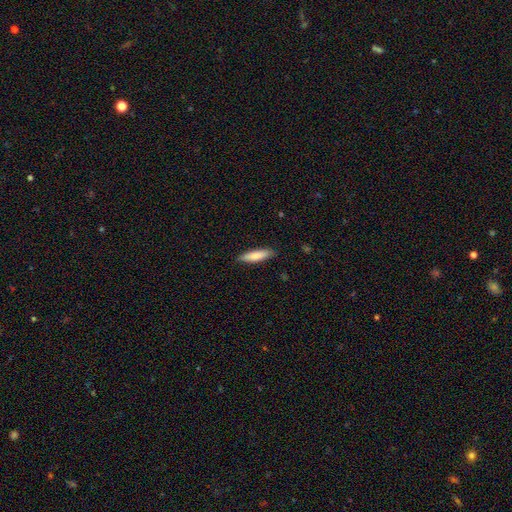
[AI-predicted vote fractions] A smooth galaxy with no disk features (83%) that is cigar-shaped (74%).

Vote fractions:
- Smooth or featured? smooth: 83% / featured or disk: 12% / star or artifact: 5%
- How rounded? cigar-shaped: 74% / in between: 25% / round: 1%
- Merging? none: 87% / minor disturbance: 10% / major disturbance: 2% / merger: 1%